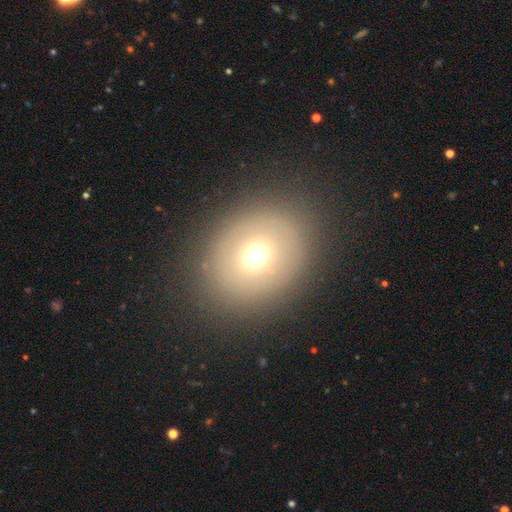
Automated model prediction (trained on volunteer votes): Smooth or featured? smooth (63%)
How rounded? round (50%)
Merging? none (85%)